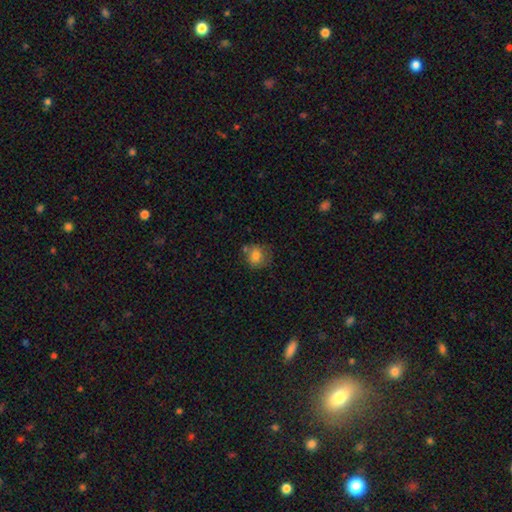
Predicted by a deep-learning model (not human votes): smooth 79%, featured or disk 10%, star or artifact 10%. Down the decision tree: how rounded — round (76%); merging — none (65%).